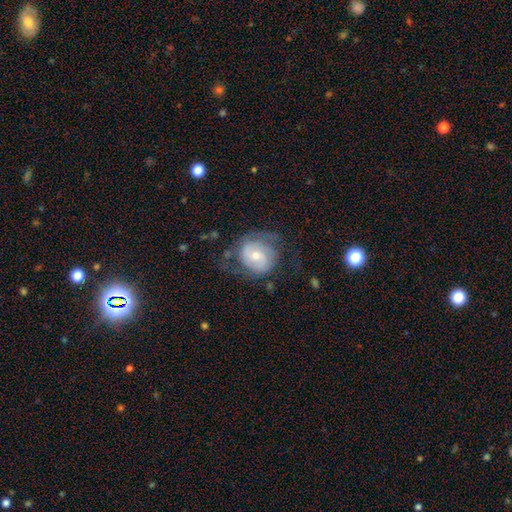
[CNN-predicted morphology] featured or disk 68%, smooth 26%, star or artifact 6%. Down the decision tree: edge-on disk — no (98%); bar — no (59%); spiral arms — yes (87%); spiral arm count — 2 (72%); spiral winding — medium (42%); bulge size — moderate (48%); merging — none (56%).